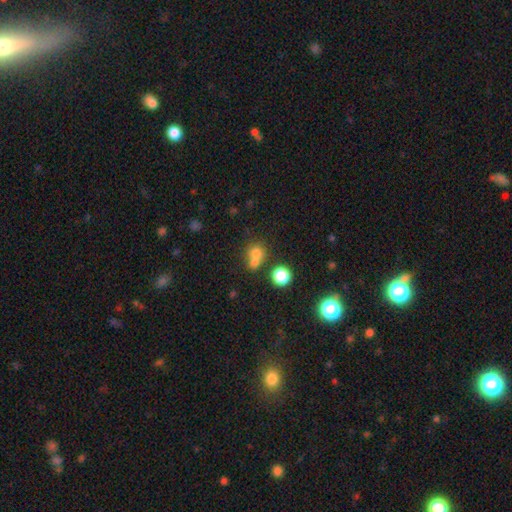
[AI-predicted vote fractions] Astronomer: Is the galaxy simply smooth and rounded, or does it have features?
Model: smooth — 72%.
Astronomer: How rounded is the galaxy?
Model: round — 80%.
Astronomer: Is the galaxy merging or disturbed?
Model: merger — 49% (runner-up: none, 40%).